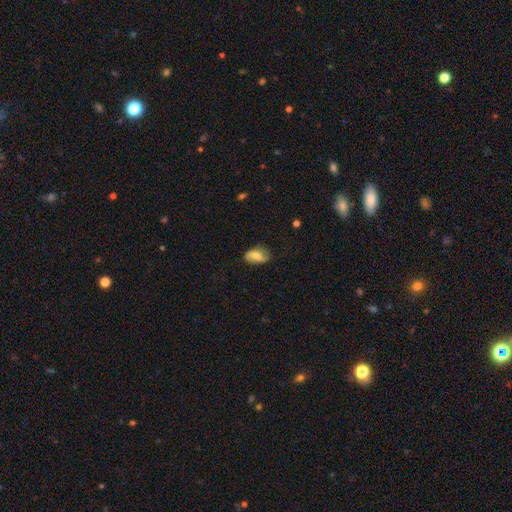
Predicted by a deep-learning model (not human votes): The model was most divided on "merging": none: 63%, minor disturbance: 27%, major disturbance: 8%, merger: 2%. More confident: how rounded — in between (89%); smooth or featured — smooth (71%).